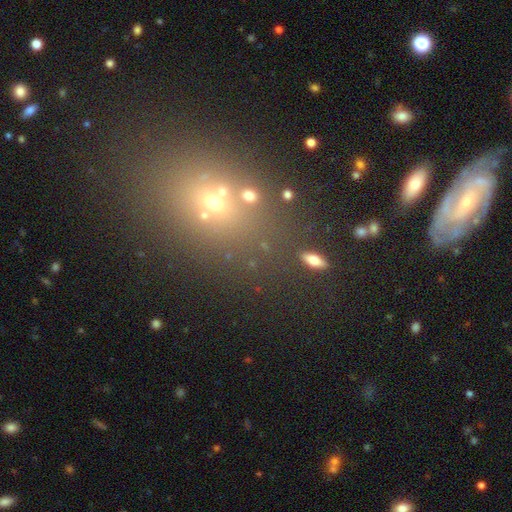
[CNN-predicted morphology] Q: Smooth or featured?
A: smooth (42%); runner-up: star or artifact (36%)
Q: Merging?
A: none (68%); runner-up: merger (13%)